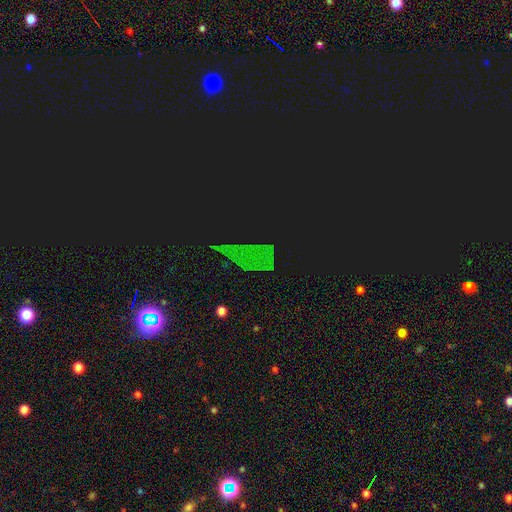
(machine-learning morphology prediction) A star or artifact, not a galaxy (67%).